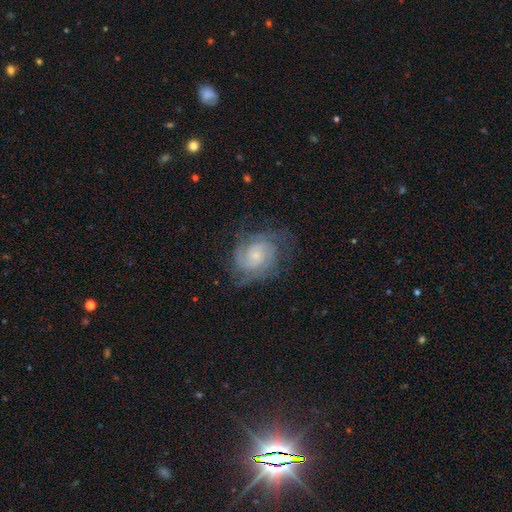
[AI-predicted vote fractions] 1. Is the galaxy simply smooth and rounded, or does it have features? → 84% featured or disk, 10% smooth, 6% star or artifact.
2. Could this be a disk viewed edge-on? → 98% no, 2% yes.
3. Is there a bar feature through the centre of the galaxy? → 70% no, 26% weak, 4% strong.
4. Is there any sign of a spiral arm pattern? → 96% yes, 4% no.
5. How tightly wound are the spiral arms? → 62% tight, 31% medium, 7% loose.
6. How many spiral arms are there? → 42% 2, 23% can't tell, 18% 3, 7% 4, 5% 1, 5% more than 4.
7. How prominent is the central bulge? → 70% small, 23% moderate, 4% none, 2% large, 1% dominant.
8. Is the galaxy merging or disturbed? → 69% none, 19% minor disturbance, 10% major disturbance, 1% merger.